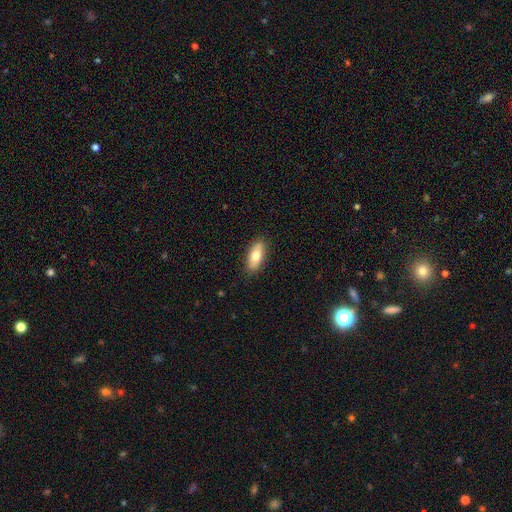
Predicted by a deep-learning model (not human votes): Smooth or featured?
  - smooth: 73% *
  - featured or disk: 21%
  - star or artifact: 6%
How rounded?
  - in between: 81% *
  - cigar-shaped: 16%
  - round: 3%
Merging?
  - none: 86% *
  - minor disturbance: 11%
  - major disturbance: 2%
  - merger: 1%